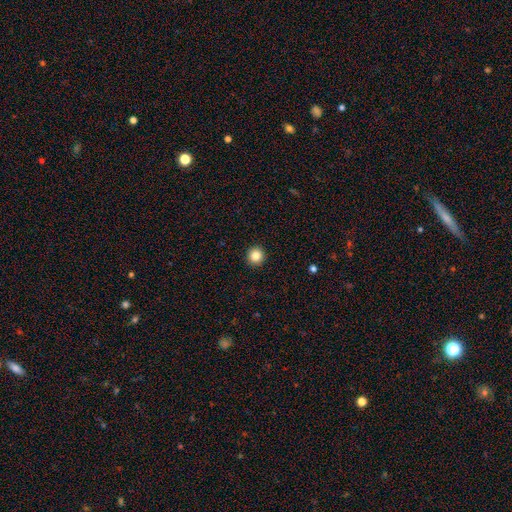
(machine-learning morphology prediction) Overall: smooth (84%). How rounded: round (95%). Merging: none (94%).